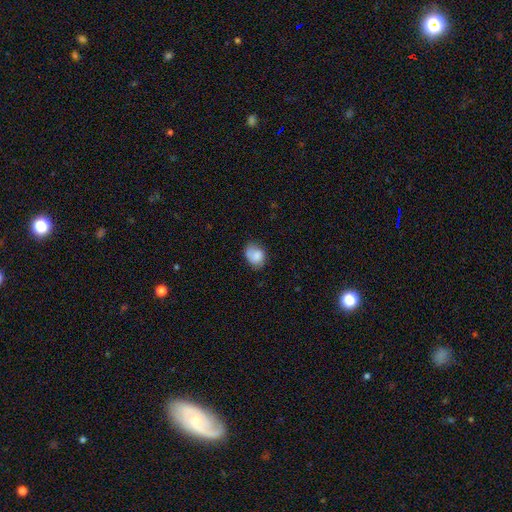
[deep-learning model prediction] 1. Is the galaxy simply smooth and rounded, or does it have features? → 76% smooth, 16% featured or disk, 8% star or artifact.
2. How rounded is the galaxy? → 59% in between, 40% round, 1% cigar-shaped.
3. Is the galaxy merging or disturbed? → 58% none, 29% minor disturbance, 10% major disturbance, 3% merger.